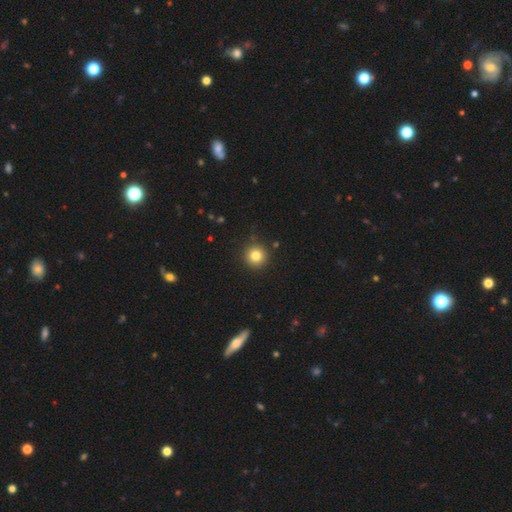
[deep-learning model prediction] Overall: smooth (82%). How rounded: round (95%). Merging: none (89%).